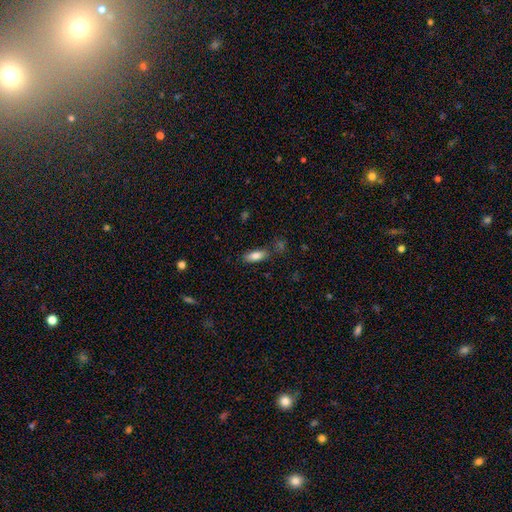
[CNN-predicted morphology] This appears to be a smooth galaxy with no disk features (83%) that is in between round and cigar-shaped (78%). Merging: none (78%).